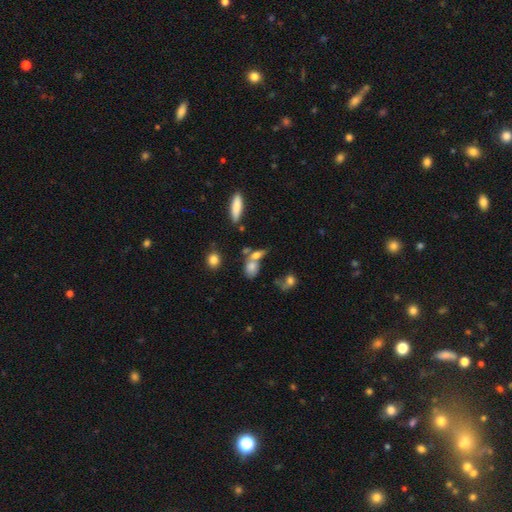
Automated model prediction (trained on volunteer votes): A smooth galaxy with no disk features (66%) that is in between round and cigar-shaped (57%). Merging: merger (42%).